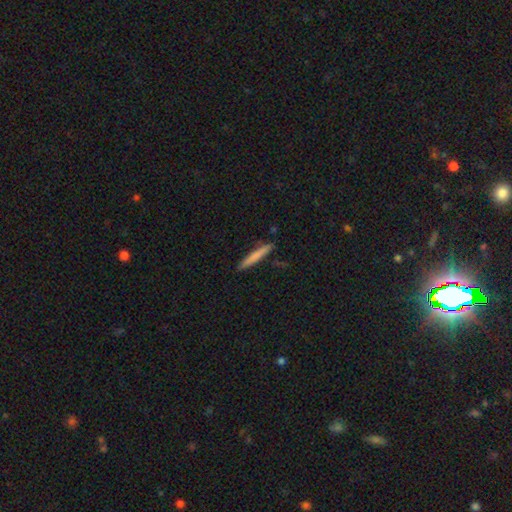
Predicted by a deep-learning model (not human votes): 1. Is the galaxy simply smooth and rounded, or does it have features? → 73% smooth, 21% featured or disk, 6% star or artifact.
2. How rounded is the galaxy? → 96% cigar-shaped, 3% in between, 1% round.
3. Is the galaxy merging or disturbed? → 88% none, 9% minor disturbance, 2% merger, 2% major disturbance.